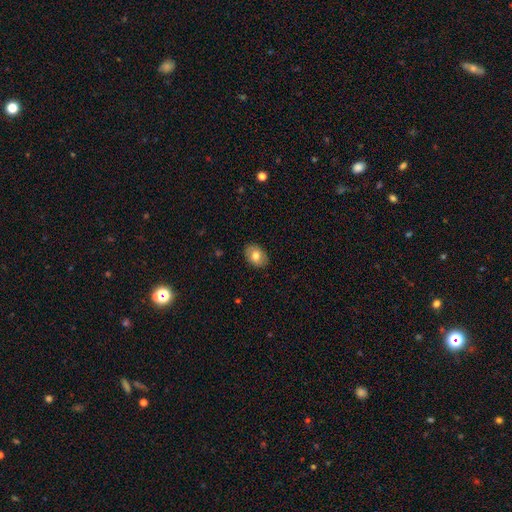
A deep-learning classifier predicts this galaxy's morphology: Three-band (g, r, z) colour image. It shows a smooth galaxy with no disk features (76%) that is in between round and cigar-shaped (78%). Merging: none (87%).